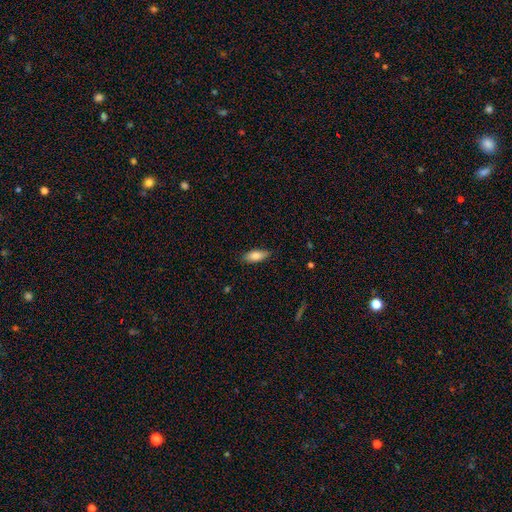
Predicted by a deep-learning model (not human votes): Morphology: type=smooth (84%); roundness=in between (77%); merging=none (84%).